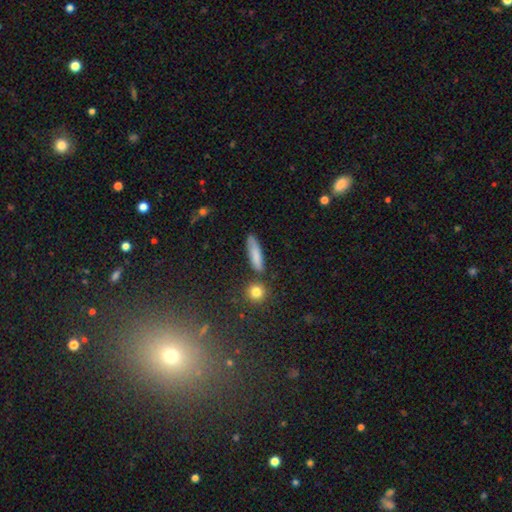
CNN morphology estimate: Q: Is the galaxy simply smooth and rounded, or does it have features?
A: smooth — 79%.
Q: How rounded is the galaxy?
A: cigar-shaped — 71%.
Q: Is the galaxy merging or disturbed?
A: none — 78%.